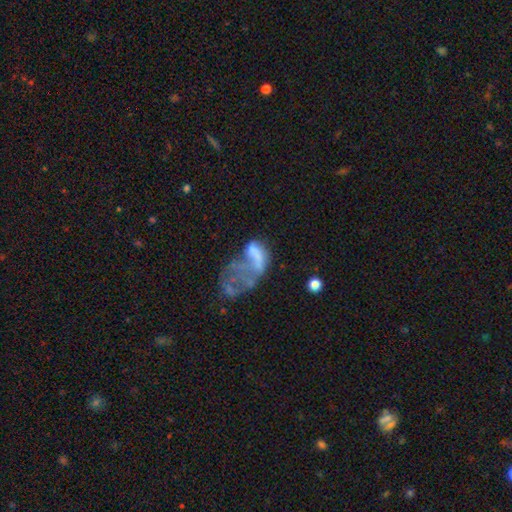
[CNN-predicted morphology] type=featured or disk (48%); merging=major disturbance (51%).